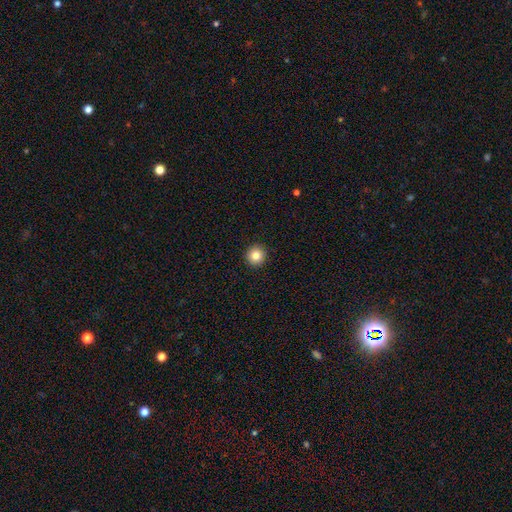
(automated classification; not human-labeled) Smooth or featured?
  - smooth: 84% *
  - star or artifact: 10%
  - featured or disk: 6%
How rounded?
  - round: 95% *
  - in between: 4%
  - cigar-shaped: 1%
Merging?
  - none: 94% *
  - minor disturbance: 4%
  - major disturbance: 1%
  - merger: 1%